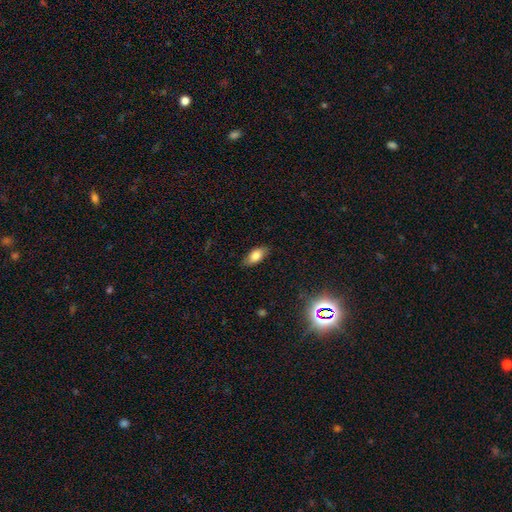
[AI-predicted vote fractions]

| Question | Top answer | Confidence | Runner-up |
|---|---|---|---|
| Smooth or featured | smooth | 79% | featured or disk (12%) |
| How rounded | in between | 88% | cigar-shaped (8%) |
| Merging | none | 83% | minor disturbance (13%) |